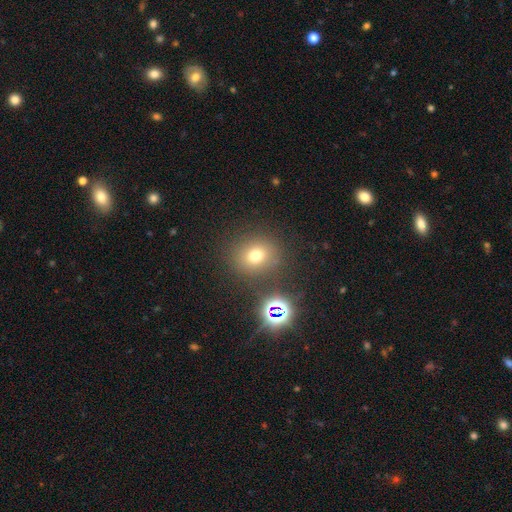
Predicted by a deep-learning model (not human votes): smooth-or-featured: smooth: 69% | star or artifact: 21% | featured or disk: 10%
  how-rounded: round: 78% | in between: 21% | cigar-shaped: 1%
  merging: none: 80% | minor disturbance: 10% | merger: 6% | major disturbance: 5%